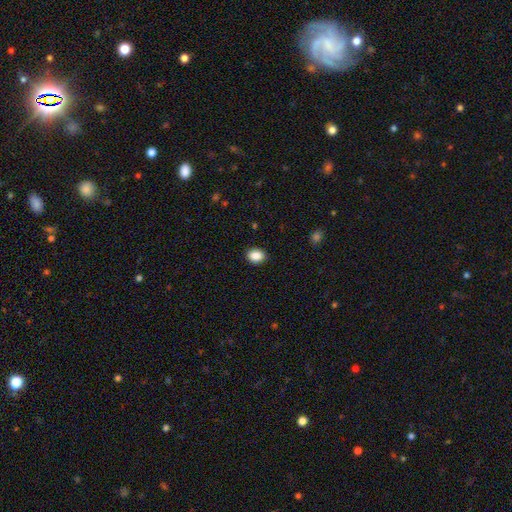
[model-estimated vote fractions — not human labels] A smooth galaxy with no disk features (88%) that is in between round and cigar-shaped (57%).

Vote fractions:
- Smooth or featured? smooth: 88% / star or artifact: 9% / featured or disk: 3%
- How rounded? in between: 57% / round: 42% / cigar-shaped: 1%
- Merging? none: 90% / minor disturbance: 7% / major disturbance: 2% / merger: 1%